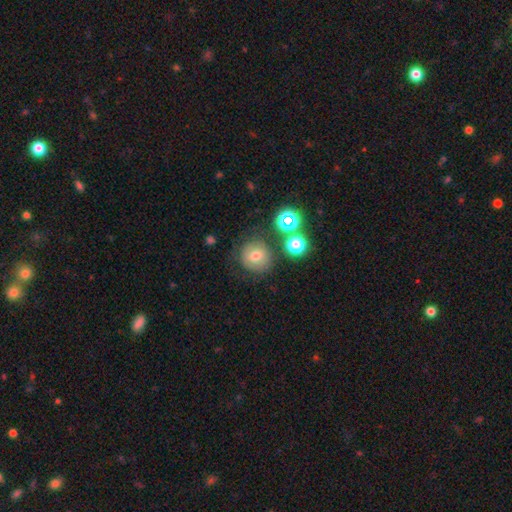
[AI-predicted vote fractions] smooth_or_featured: smooth (p=0.65) [alt: featured or disk p=0.20]
how_rounded: round (p=0.91) [alt: in between p=0.08]
merging: none (p=0.74) [alt: minor disturbance p=0.14]